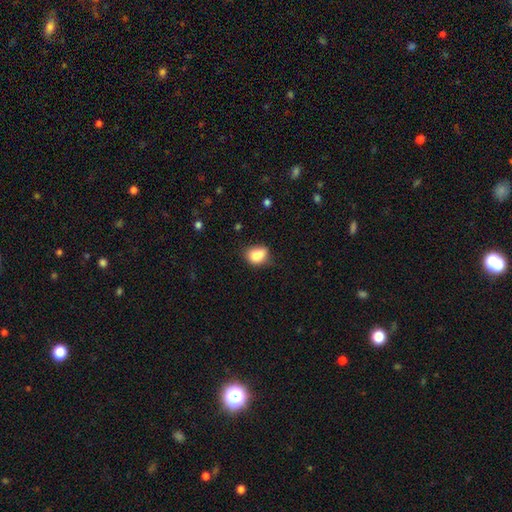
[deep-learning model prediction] Morphology: type=smooth (82%); roundness=in between (62%); merging=none (52%).